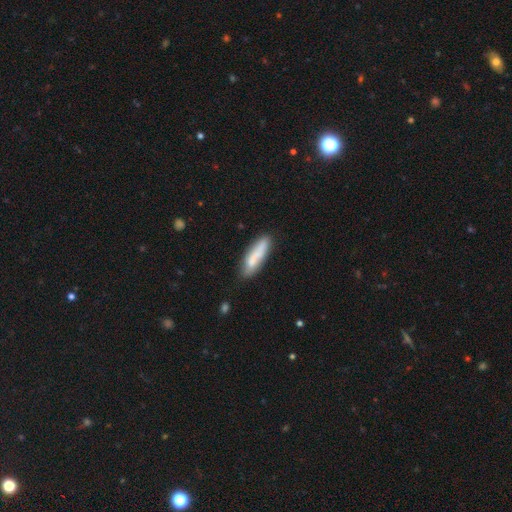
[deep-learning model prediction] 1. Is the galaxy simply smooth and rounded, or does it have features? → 73% smooth, 21% featured or disk, 6% star or artifact.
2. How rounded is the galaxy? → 67% cigar-shaped, 31% in between, 2% round.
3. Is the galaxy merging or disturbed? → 70% none, 20% minor disturbance, 6% merger, 5% major disturbance.